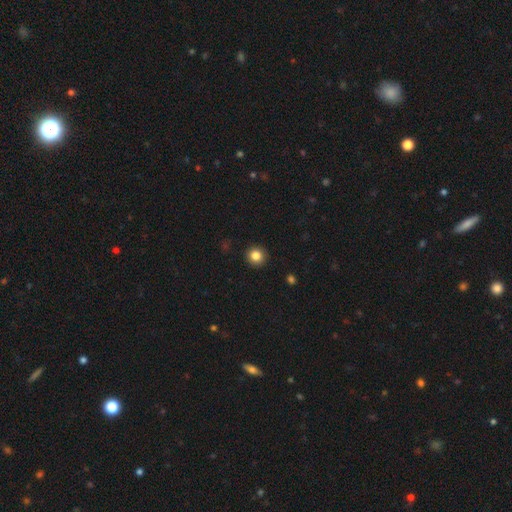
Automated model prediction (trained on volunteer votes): Overall: smooth (85%). How rounded: round (94%). Merging: none (92%).